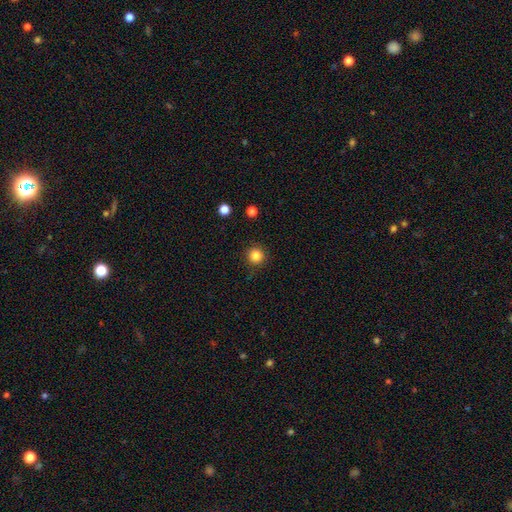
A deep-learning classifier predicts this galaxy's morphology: A smooth galaxy with no disk features (84%) that is round (95%). Merging: none (89%).